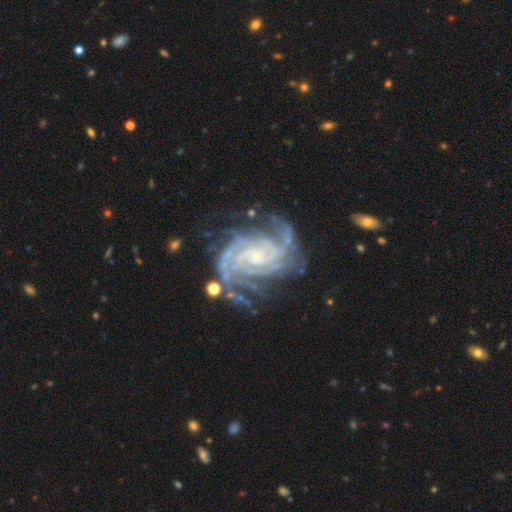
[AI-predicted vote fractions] A featured or disk galaxy (92%) with no bar (61%), 4 (25%) tight (69%) spiral arms (99%) and a small central bulge (73%).

Vote fractions:
- Smooth or featured? featured or disk: 92% / star or artifact: 5% / smooth: 3%
- Edge-on disk? no: 98% / yes: 2%
- Bar? no: 61% / weak: 28% / strong: 11%
- Spiral arms? yes: 99% / no: 1%
- Spiral winding? tight: 69% / medium: 27% / loose: 4%
- Spiral arm count? 4: 25% / 3: 23% / 2: 17% / can't tell: 15% / more than 4: 12% / 1: 8%
- Bulge size? small: 73% / moderate: 18% / none: 6% / large: 2% / dominant: 1%
- Merging? none: 64% / minor disturbance: 20% / major disturbance: 12% / merger: 4%